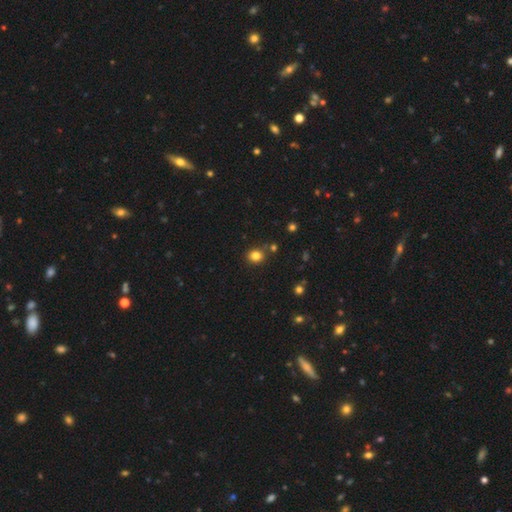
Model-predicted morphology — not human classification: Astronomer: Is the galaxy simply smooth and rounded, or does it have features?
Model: smooth — 81%.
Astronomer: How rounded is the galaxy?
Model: round — 80%.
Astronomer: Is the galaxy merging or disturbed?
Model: none — 81%.